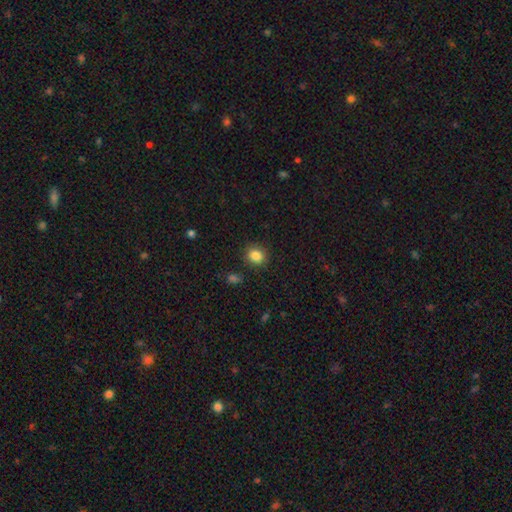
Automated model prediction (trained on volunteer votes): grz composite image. It shows a smooth galaxy with no disk features (85%) that is round (69%). Merging: none (87%).